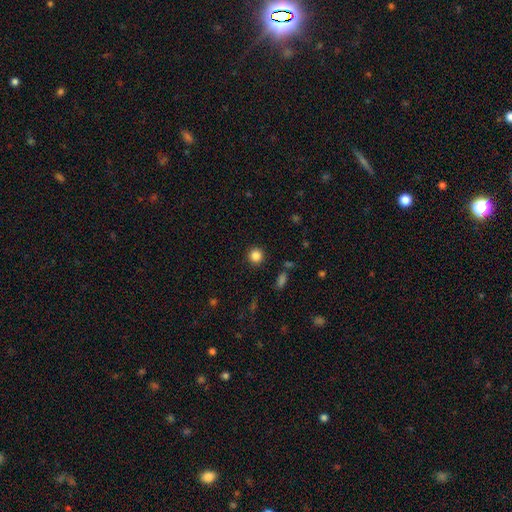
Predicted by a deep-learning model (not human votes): This is clearly a smooth galaxy (85%). How rounded: clearly round (94%). Merging: clearly none (91%).